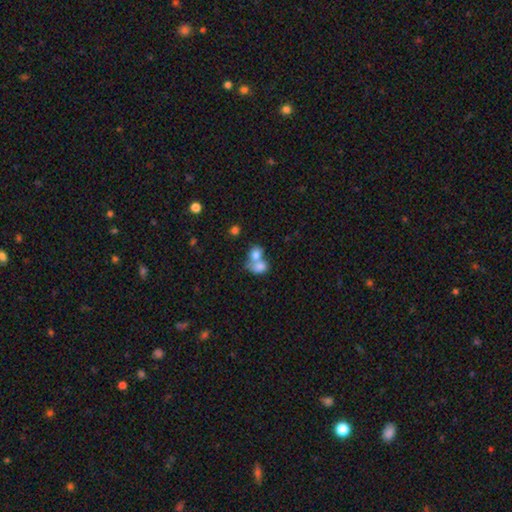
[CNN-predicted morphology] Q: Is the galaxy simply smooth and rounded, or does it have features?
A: smooth — 77%.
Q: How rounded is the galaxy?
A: in between — 51%.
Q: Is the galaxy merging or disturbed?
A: merger — 70%.